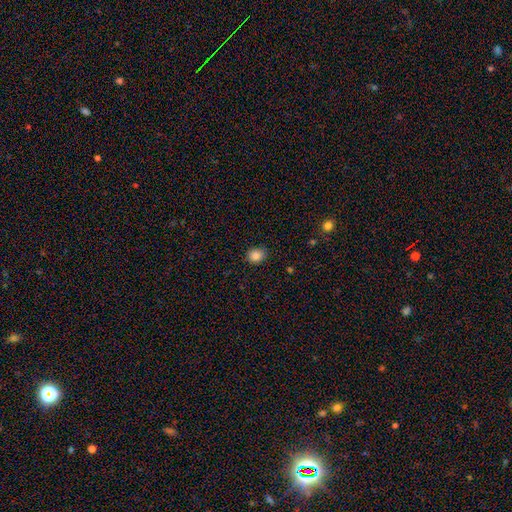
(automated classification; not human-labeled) smooth_or_featured: smooth (p=0.85) [alt: star or artifact p=0.10]
how_rounded: round (p=0.57) [alt: in between p=0.42]
merging: none (p=0.85) [alt: minor disturbance p=0.12]